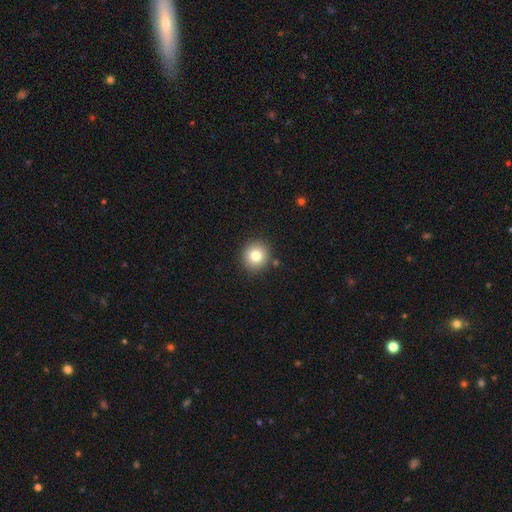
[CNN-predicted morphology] A smooth galaxy with no disk features (81%) that is round (92%). Merging: none (89%).